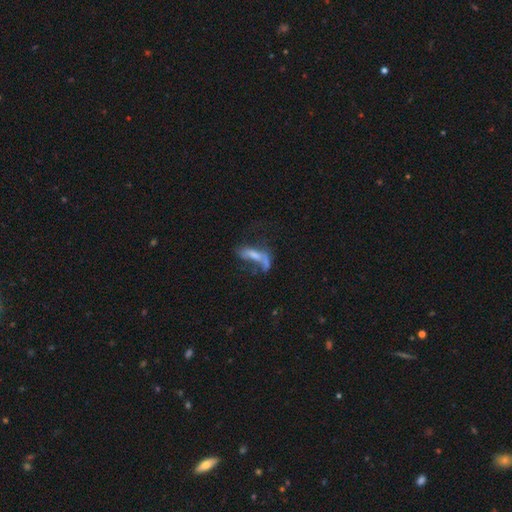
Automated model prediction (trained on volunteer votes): smooth_or_featured: featured or disk (p=0.46) [alt: smooth p=0.41]
merging: major disturbance (p=0.38) [alt: none p=0.26]